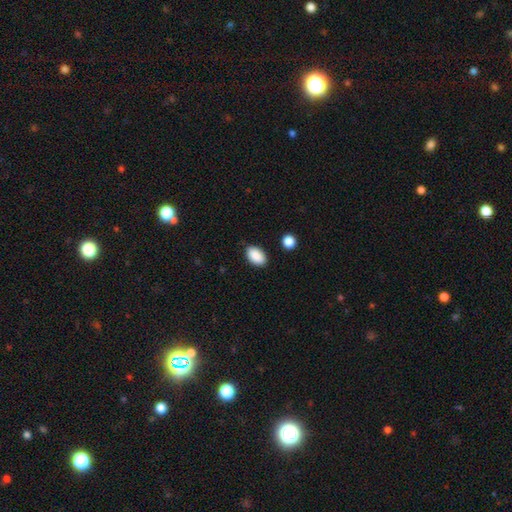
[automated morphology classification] smooth_or_featured: smooth (p=0.90) [alt: star or artifact p=0.07]
how_rounded: in between (p=0.92) [alt: round p=0.07]
merging: none (p=0.85) [alt: minor disturbance p=0.11]